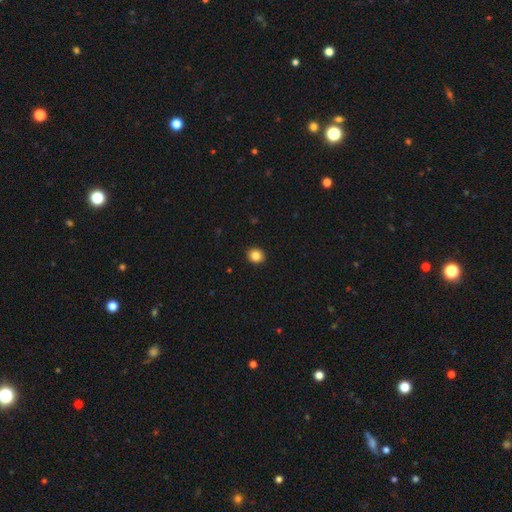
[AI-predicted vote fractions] smooth 85%, star or artifact 10%, featured or disk 5%. Down the decision tree: how rounded — round (84%); merging — none (92%).